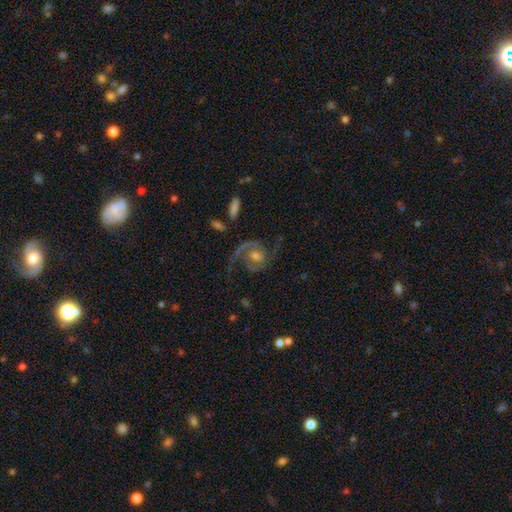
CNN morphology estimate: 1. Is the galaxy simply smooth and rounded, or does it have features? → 89% featured or disk, 6% star or artifact, 5% smooth.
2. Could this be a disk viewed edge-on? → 98% no, 2% yes.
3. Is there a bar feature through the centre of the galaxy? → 61% no, 31% weak, 8% strong.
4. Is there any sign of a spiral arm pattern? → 97% yes, 3% no.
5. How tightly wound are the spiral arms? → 56% medium, 25% tight, 20% loose.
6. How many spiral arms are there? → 87% 2, 4% 1, 3% can't tell, 3% 3, 1% 4, 1% more than 4.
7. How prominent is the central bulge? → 60% moderate, 20% small, 15% large, 4% none, 2% dominant.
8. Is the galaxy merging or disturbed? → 69% none, 15% minor disturbance, 14% major disturbance, 3% merger.